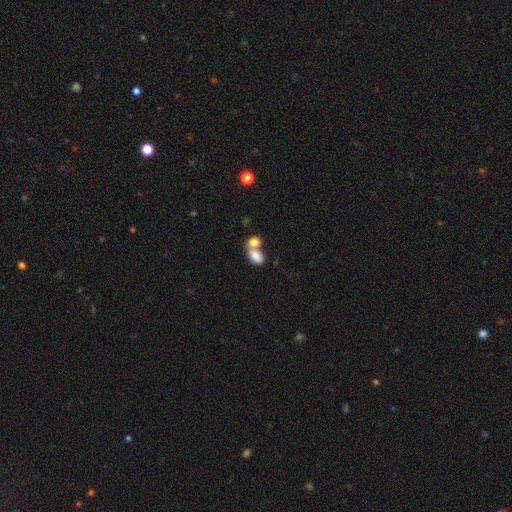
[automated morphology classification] smooth_or_featured: smooth (p=0.81) [alt: featured or disk p=0.11]
how_rounded: in between (p=0.85) [alt: round p=0.13]
merging: merger (p=0.64) [alt: none p=0.25]